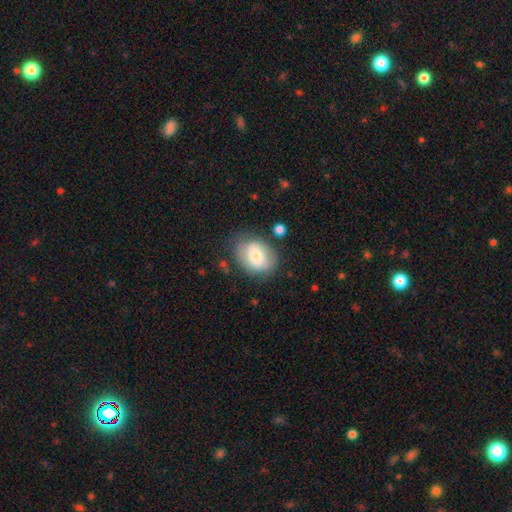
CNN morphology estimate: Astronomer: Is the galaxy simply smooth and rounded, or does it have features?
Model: smooth — 66%.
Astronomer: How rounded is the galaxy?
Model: in between — 70%.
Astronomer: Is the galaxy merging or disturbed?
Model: none — 69%.